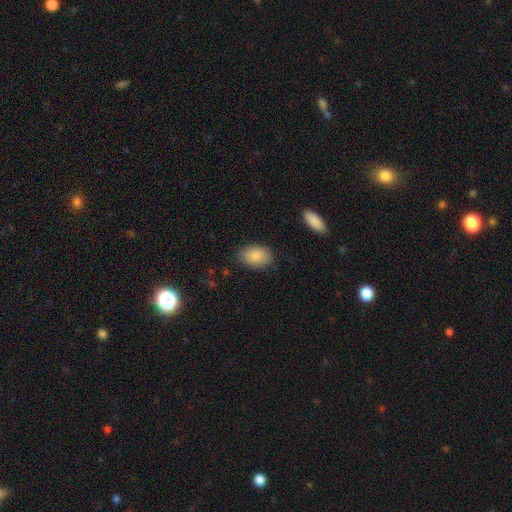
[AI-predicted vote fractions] smooth-or-featured: smooth: 86% | featured or disk: 8% | star or artifact: 7%
  how-rounded: in between: 87% | round: 12% | cigar-shaped: 1%
  merging: none: 83% | minor disturbance: 13% | major disturbance: 3% | merger: 1%